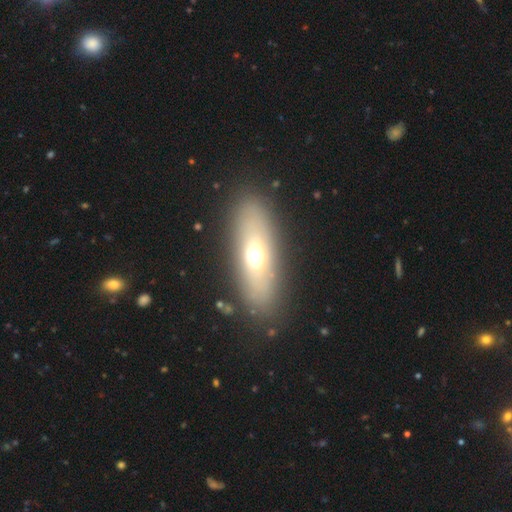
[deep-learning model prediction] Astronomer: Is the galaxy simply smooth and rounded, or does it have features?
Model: smooth — 55% (runner-up: featured or disk, 35%).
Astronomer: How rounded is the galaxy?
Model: in between — 64%.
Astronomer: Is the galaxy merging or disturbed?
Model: none — 85%.